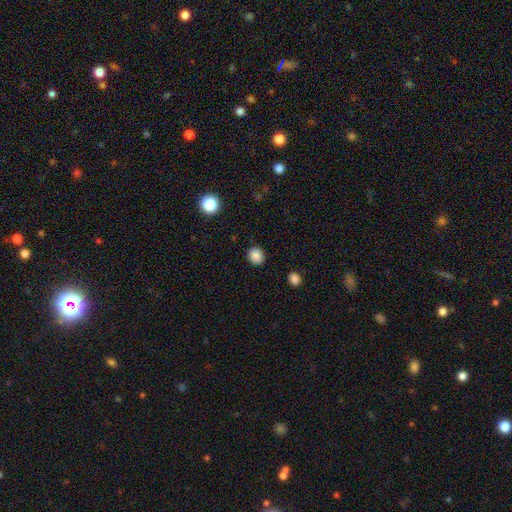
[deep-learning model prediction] Smooth or featured?
  - smooth: 86% *
  - star or artifact: 10%
  - featured or disk: 4%
How rounded?
  - round: 77% *
  - in between: 22%
  - cigar-shaped: 1%
Merging?
  - none: 89% *
  - minor disturbance: 8%
  - major disturbance: 2%
  - merger: 1%